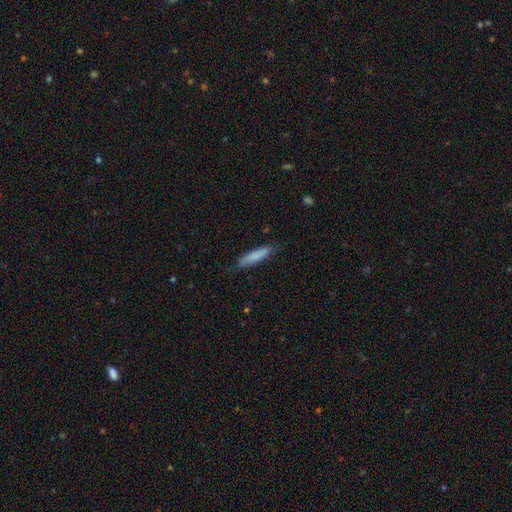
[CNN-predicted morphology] smooth 83%, featured or disk 11%, star or artifact 6%. Down the decision tree: how rounded — cigar-shaped (81%); merging — none (82%).